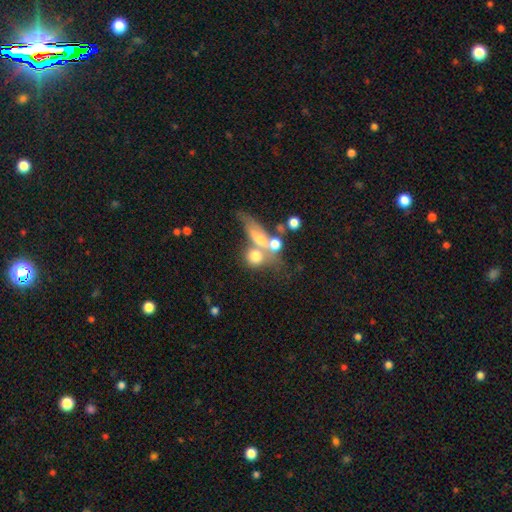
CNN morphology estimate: Overall: smooth (60%; featured or disk 27%). How rounded: round (47%; in between 38%). Merging: merger (52%; none 27%).